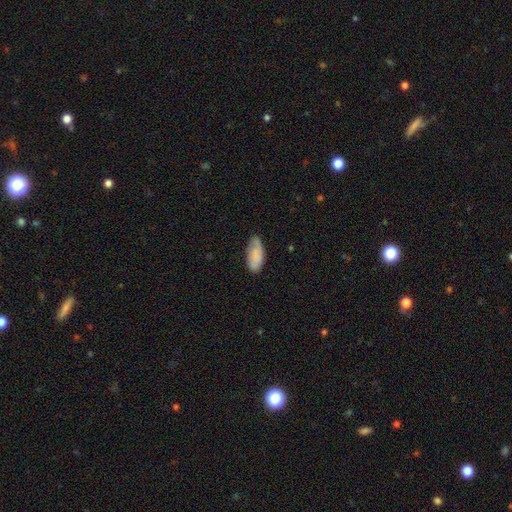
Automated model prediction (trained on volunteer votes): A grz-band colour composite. It shows a smooth galaxy with no disk features (79%) that is in between round and cigar-shaped (89%). Merging: none (66%).